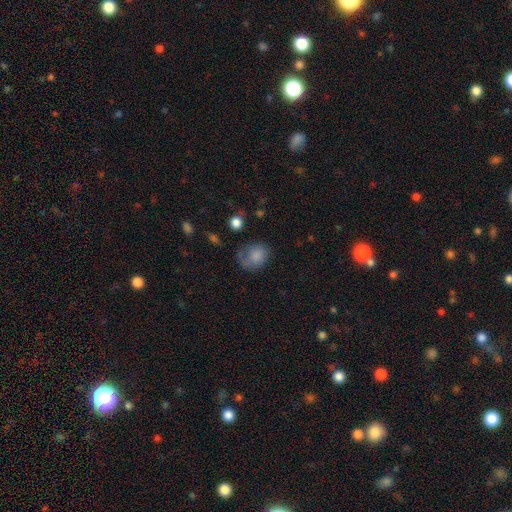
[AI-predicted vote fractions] Smooth or featured?
  - smooth: 74% *
  - featured or disk: 16%
  - star or artifact: 10%
How rounded?
  - round: 54% *
  - in between: 45%
  - cigar-shaped: 1%
Merging?
  - none: 43% *
  - minor disturbance: 29%
  - major disturbance: 23%
  - merger: 4%